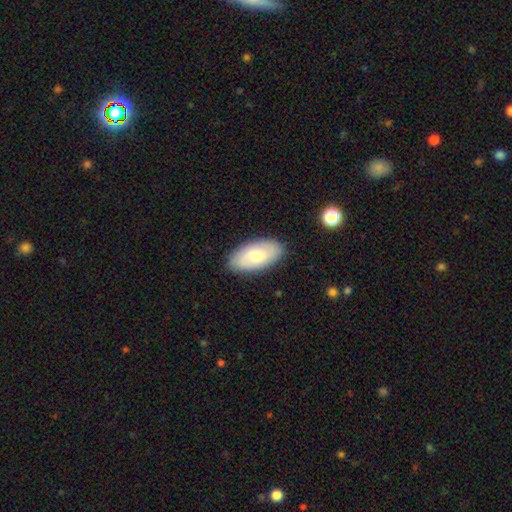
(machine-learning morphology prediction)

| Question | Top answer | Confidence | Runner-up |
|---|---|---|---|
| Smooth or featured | smooth | 57% | featured or disk (37%) |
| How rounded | in between | 93% | cigar-shaped (3%) |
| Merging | none | 86% | minor disturbance (11%) |